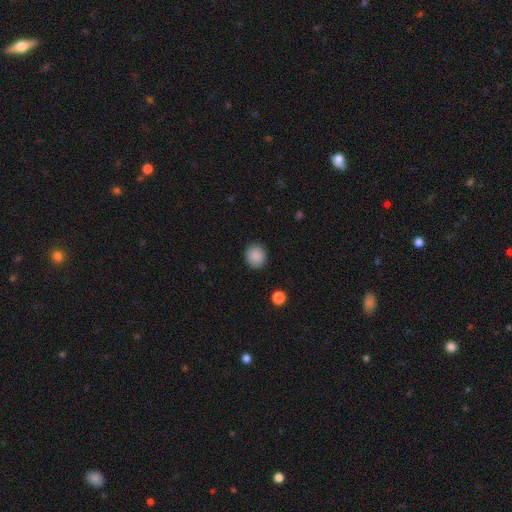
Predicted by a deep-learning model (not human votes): smooth_or_featured: smooth (p=0.88) [alt: star or artifact p=0.09]
how_rounded: round (p=0.80) [alt: in between p=0.20]
merging: none (p=0.90) [alt: minor disturbance p=0.07]